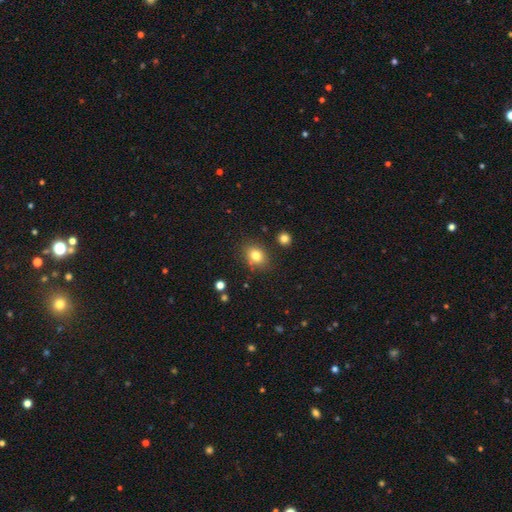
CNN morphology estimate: Smooth or featured?
  - smooth: 80% *
  - star or artifact: 11%
  - featured or disk: 8%
How rounded?
  - round: 50% *
  - in between: 49%
  - cigar-shaped: 1%
Merging?
  - none: 80% *
  - minor disturbance: 12%
  - merger: 5%
  - major disturbance: 3%